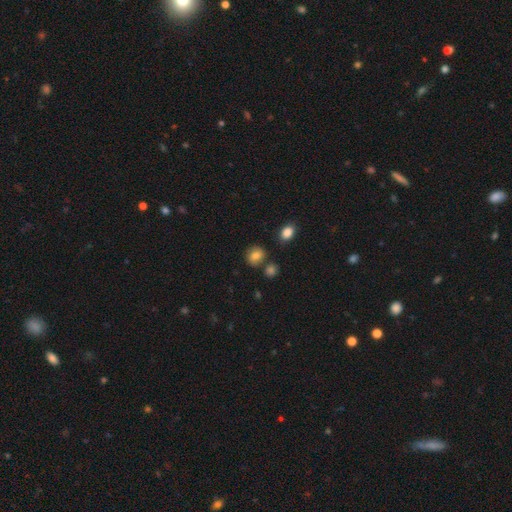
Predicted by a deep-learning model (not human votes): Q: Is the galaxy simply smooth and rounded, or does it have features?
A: smooth — 79%.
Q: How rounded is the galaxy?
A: round — 65%.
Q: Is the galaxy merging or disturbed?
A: none — 74%.